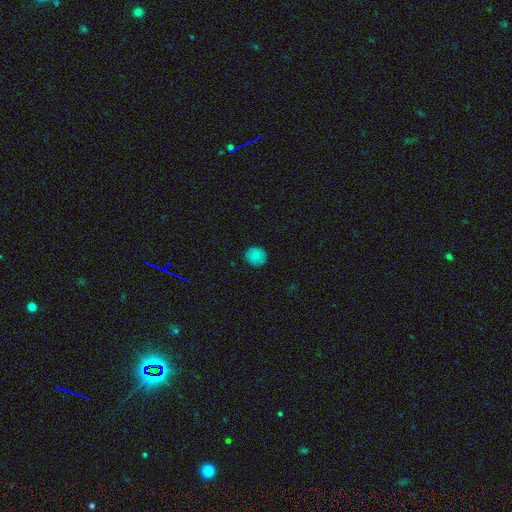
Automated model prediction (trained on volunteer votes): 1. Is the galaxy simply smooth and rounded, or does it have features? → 84% smooth, 10% star or artifact, 6% featured or disk.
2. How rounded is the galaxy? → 90% round, 9% in between, 1% cigar-shaped.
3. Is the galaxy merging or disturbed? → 89% none, 9% minor disturbance, 2% major disturbance, 1% merger.